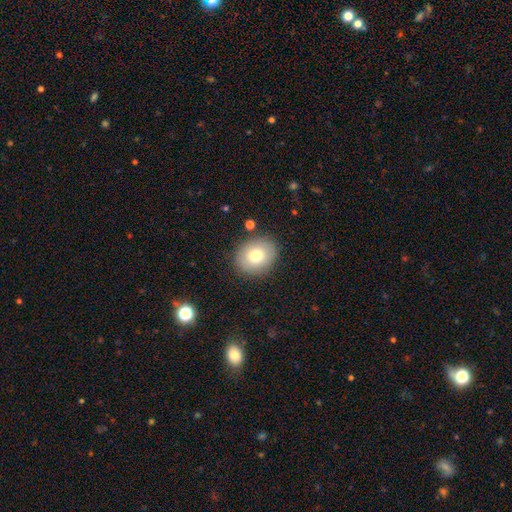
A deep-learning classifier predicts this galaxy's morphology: A smooth galaxy with no disk features (75%) that is round (61%).

Vote fractions:
- Smooth or featured? smooth: 75% / featured or disk: 16% / star or artifact: 9%
- How rounded? round: 61% / in between: 38% / cigar-shaped: 1%
- Merging? none: 86% / minor disturbance: 9% / major disturbance: 3% / merger: 2%